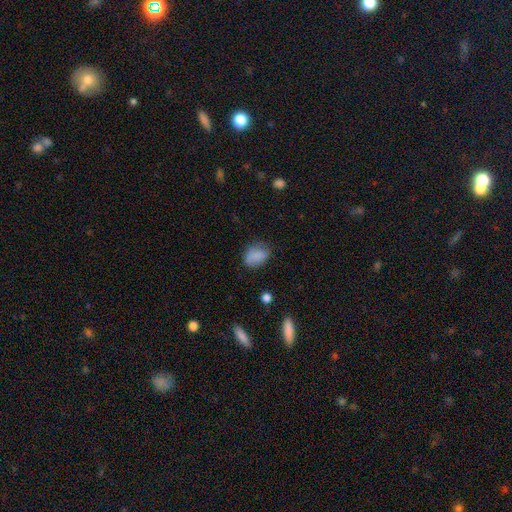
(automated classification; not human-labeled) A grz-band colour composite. It shows a smooth galaxy with no disk features (83%) that is in between round and cigar-shaped (75%). Merging: none (68%).